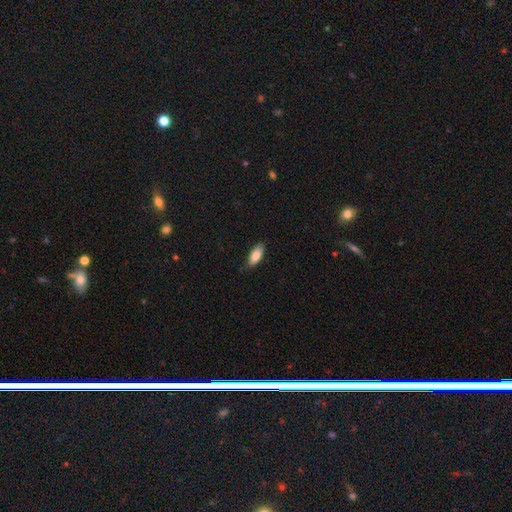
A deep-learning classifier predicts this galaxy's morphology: A smooth galaxy with no disk features (84%) that is in between round and cigar-shaped (82%). Merging: none (80%).